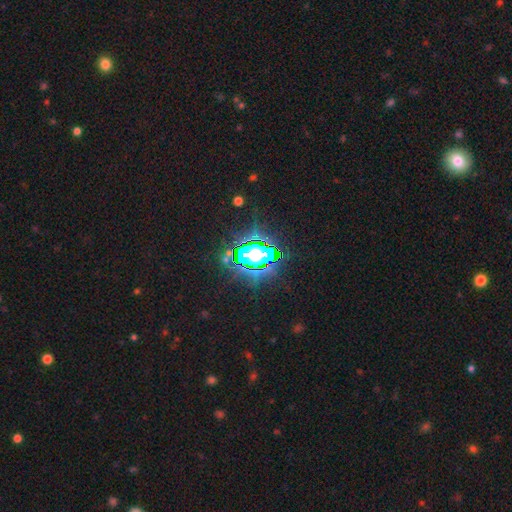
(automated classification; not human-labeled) Smooth or featured: star or artifact — 81% (smooth — 12%)